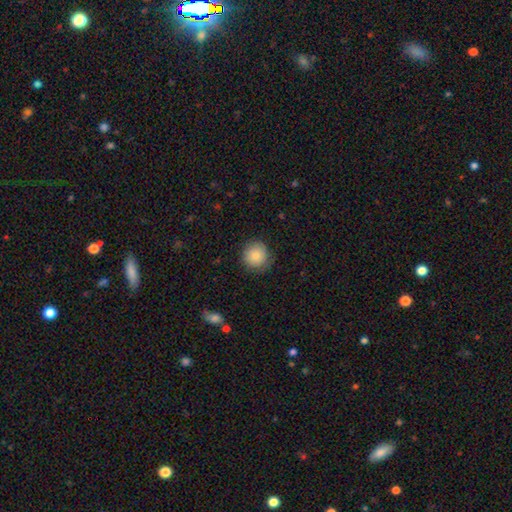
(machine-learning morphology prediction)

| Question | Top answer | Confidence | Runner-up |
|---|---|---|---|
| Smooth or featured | smooth | 85% | star or artifact (8%) |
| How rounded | round | 92% | in between (7%) |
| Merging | none | 84% | minor disturbance (12%) |